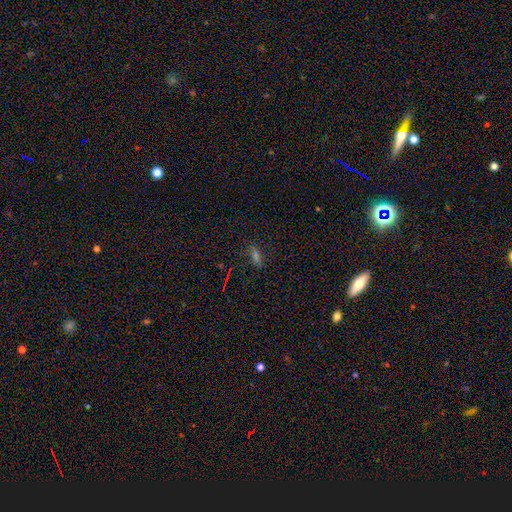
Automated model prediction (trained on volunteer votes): This appears to be a smooth galaxy with no disk features (50%). Merging: none (79%).